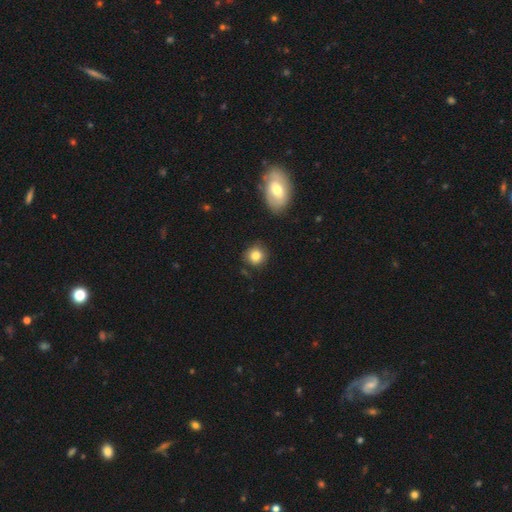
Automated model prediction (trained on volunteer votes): smooth-or-featured: smooth: 82% | star or artifact: 10% | featured or disk: 8%
  how-rounded: round: 89% | in between: 10% | cigar-shaped: 1%
  merging: none: 83% | minor disturbance: 12% | major disturbance: 3% | merger: 3%